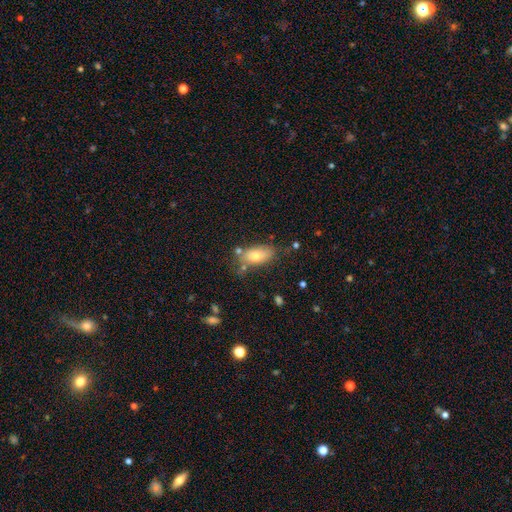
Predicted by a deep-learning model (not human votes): Q: Smooth or featured?
A: smooth (74%); runner-up: featured or disk (17%)
Q: How rounded?
A: in between (87%); runner-up: cigar-shaped (8%)
Q: Merging?
A: none (68%); runner-up: minor disturbance (19%)